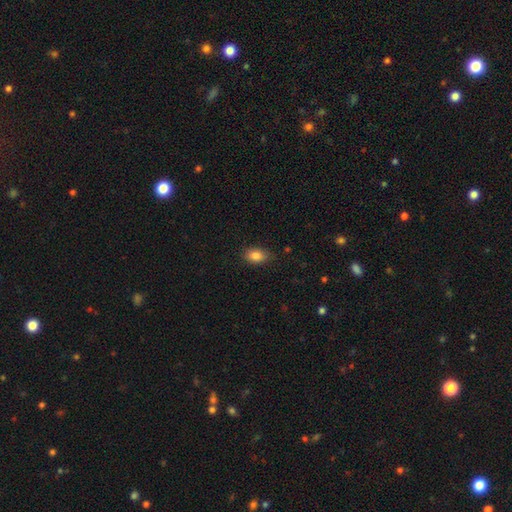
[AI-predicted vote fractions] smooth-or-featured: smooth: 85% | star or artifact: 9% | featured or disk: 7%
  how-rounded: in between: 83% | round: 15% | cigar-shaped: 2%
  merging: none: 80% | minor disturbance: 16% | major disturbance: 3% | merger: 1%